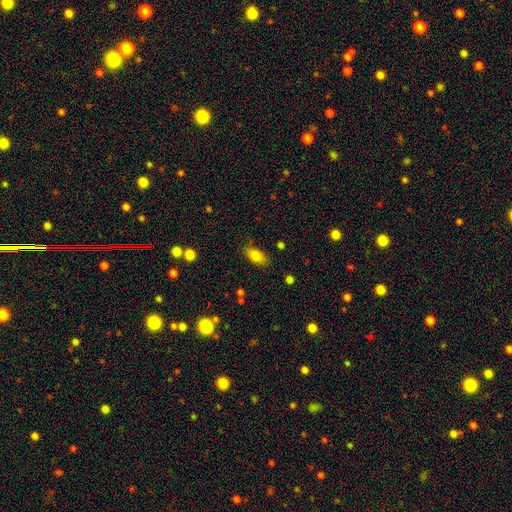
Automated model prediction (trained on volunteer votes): smooth 82%, featured or disk 10%, star or artifact 8%. Down the decision tree: how rounded — in between (88%); merging — none (80%).